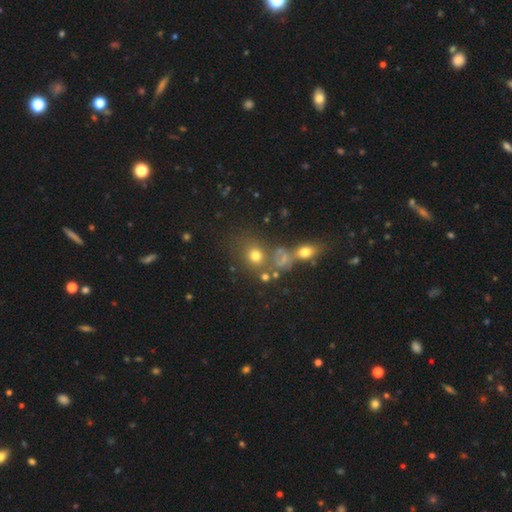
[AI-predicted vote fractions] Q: Smooth or featured?
A: smooth (70%); runner-up: star or artifact (17%)
Q: How rounded?
A: round (73%); runner-up: in between (26%)
Q: Merging?
A: none (58%); runner-up: merger (22%)